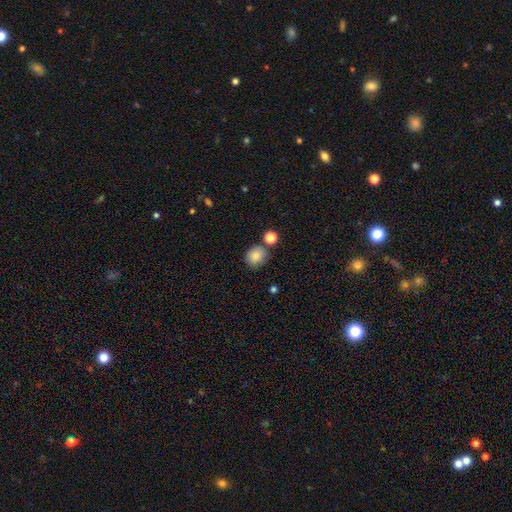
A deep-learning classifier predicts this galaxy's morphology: Smooth or featured? smooth (85%)
How rounded? round (68%)
Merging? none (76%)